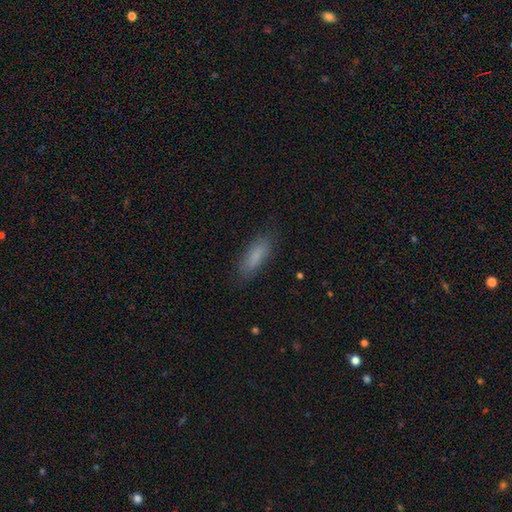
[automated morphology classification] This appears to be a smooth galaxy with no disk features (82%) that is in between round and cigar-shaped (54%). Merging: none (83%).